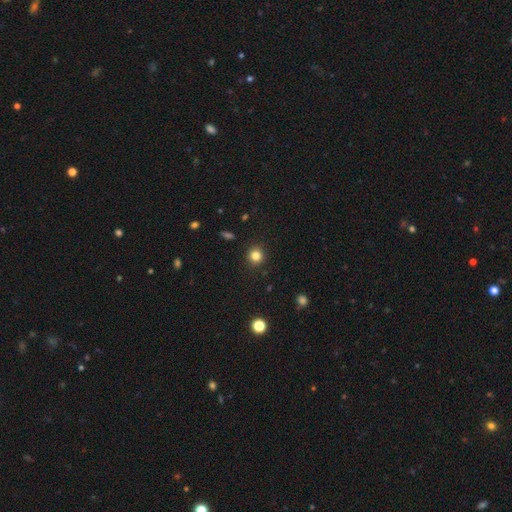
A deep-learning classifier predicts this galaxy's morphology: smooth_or_featured: smooth (p=0.83) [alt: star or artifact p=0.13]
how_rounded: round (p=0.92) [alt: in between p=0.07]
merging: none (p=0.92) [alt: minor disturbance p=0.05]